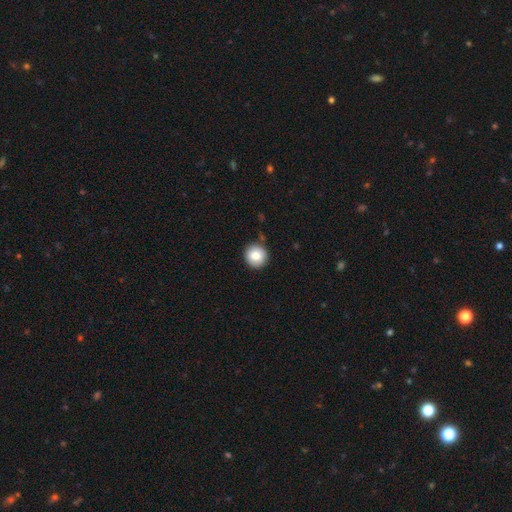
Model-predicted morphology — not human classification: smooth_or_featured: smooth (p=0.81) [alt: featured or disk p=0.10]
how_rounded: round (p=0.94) [alt: in between p=0.05]
merging: none (p=0.88) [alt: minor disturbance p=0.08]